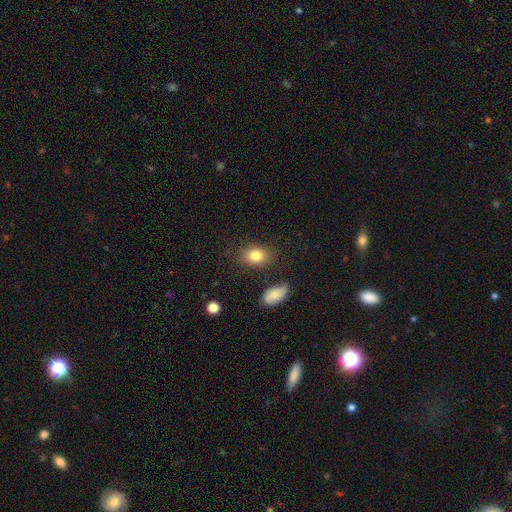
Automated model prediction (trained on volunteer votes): smooth-or-featured: smooth: 83% | star or artifact: 9% | featured or disk: 8%
  how-rounded: in between: 71% | round: 28% | cigar-shaped: 1%
  merging: none: 77% | minor disturbance: 14% | merger: 5% | major disturbance: 4%